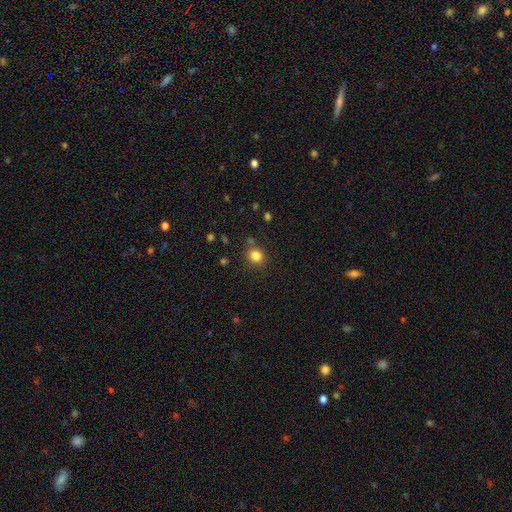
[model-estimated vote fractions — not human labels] Q: Smooth or featured?
A: smooth (83%); runner-up: star or artifact (12%)
Q: How rounded?
A: round (81%); runner-up: in between (18%)
Q: Merging?
A: none (80%); runner-up: minor disturbance (11%)